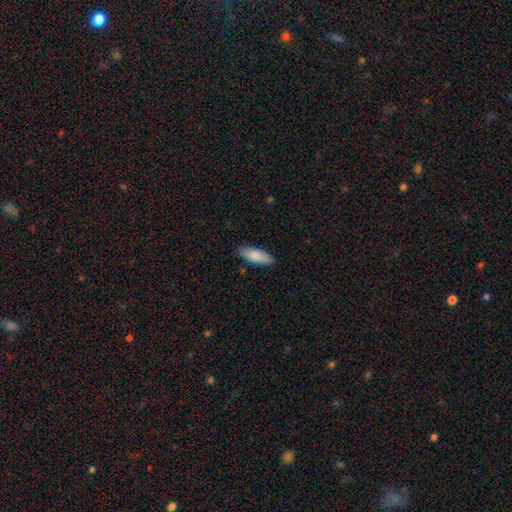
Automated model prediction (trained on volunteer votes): Smooth or featured? Predicted: smooth (p=0.84). How rounded? Predicted: in between (p=0.66). Merging? Predicted: none (p=0.86).